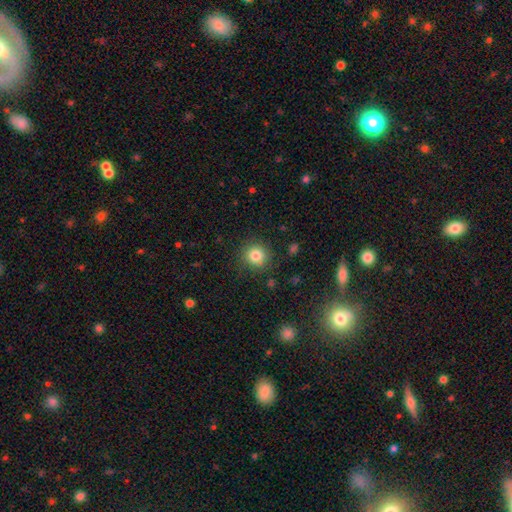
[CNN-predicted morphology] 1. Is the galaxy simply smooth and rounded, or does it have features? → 83% smooth, 11% star or artifact, 6% featured or disk.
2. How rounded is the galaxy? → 92% round, 8% in between, 1% cigar-shaped.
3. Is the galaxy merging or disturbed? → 87% none, 8% minor disturbance, 3% major disturbance, 1% merger.